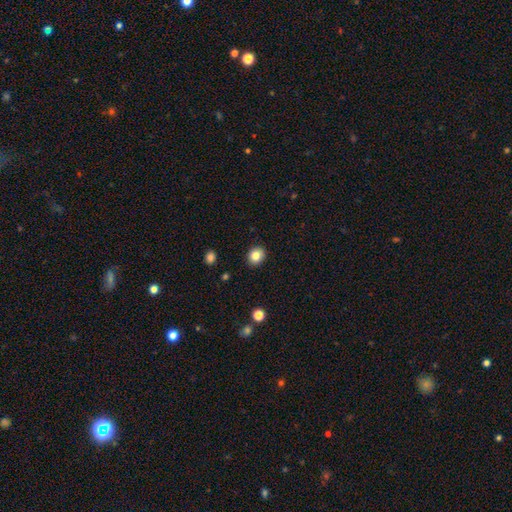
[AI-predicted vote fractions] Overall: smooth (83%). How rounded: round (73%). Merging: none (91%).